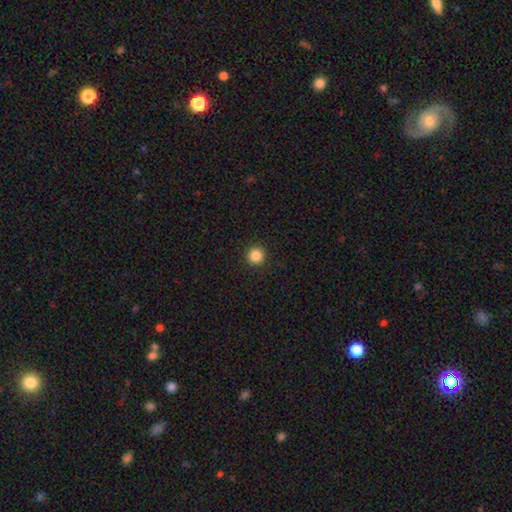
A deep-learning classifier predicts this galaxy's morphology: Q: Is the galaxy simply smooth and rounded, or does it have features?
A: smooth — 86%.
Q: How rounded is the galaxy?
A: round — 95%.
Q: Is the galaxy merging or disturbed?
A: none — 92%.